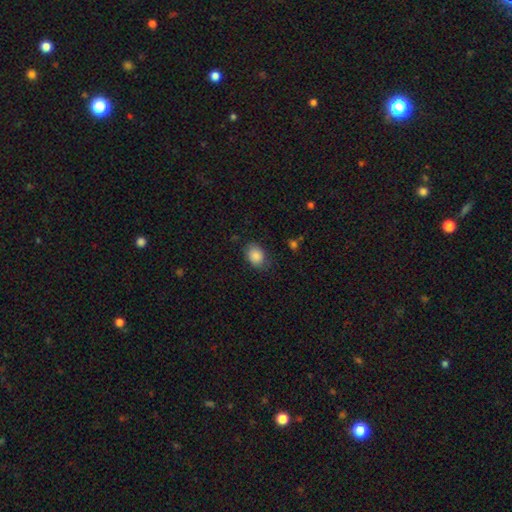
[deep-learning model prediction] Overall: smooth (87%). How rounded: in between (62%; round 37%). Merging: none (76%).